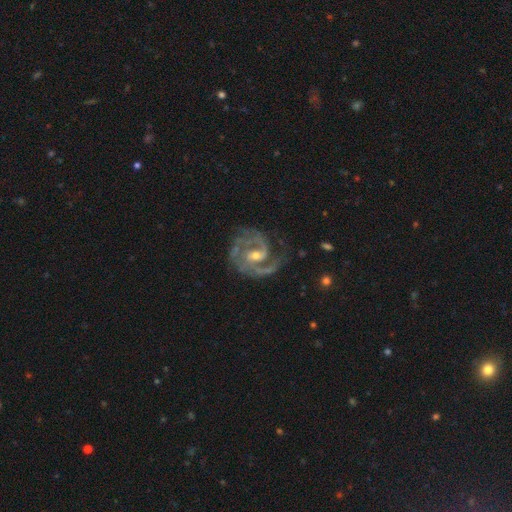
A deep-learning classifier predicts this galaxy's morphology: The model was most divided on "bulge size": moderate: 49%, small: 47%, large: 2%, none: 2%, dominant: 1%. Remaining: edge-on disk — no (98%); spiral arms — yes (97%); smooth or featured — featured or disk (91%); spiral arm count — 2 (68%); merging — none (63%); spiral winding — medium (49%); bar — weak (48%).